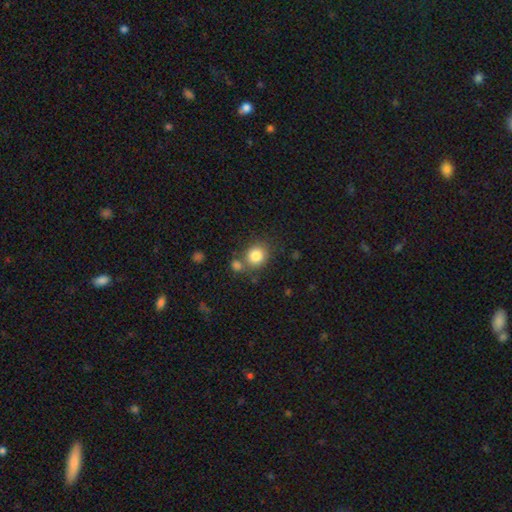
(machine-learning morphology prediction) Smooth or featured: smooth — 82% (star or artifact — 10%)
How rounded: round — 80% (in between — 19%)
Merging: none — 64% (merger — 20%)